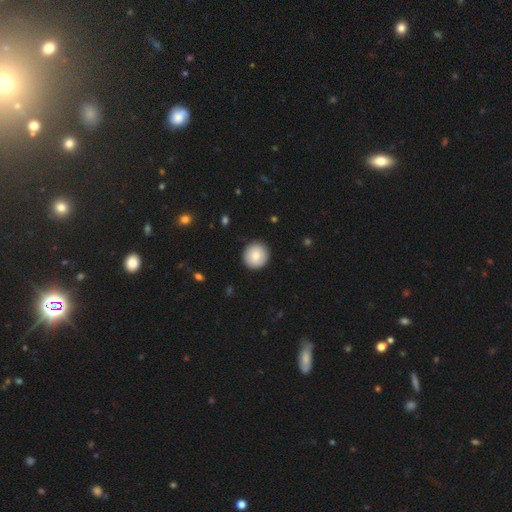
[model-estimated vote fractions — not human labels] The model was most divided on "smooth or featured": smooth: 80%, featured or disk: 13%, star or artifact: 7%. More confident: how rounded — round (95%); merging — none (91%).